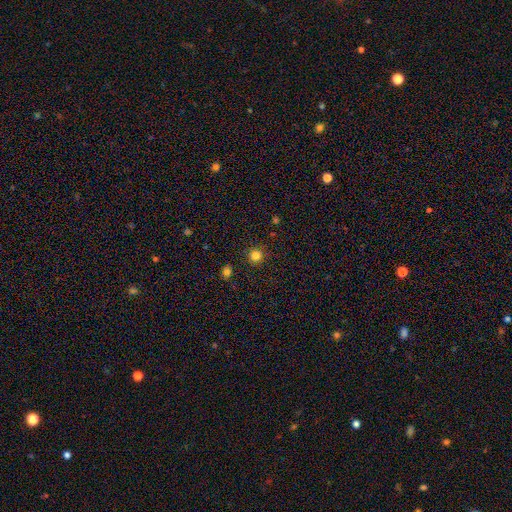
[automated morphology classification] smooth_or_featured: smooth (p=0.82) [alt: star or artifact p=0.14]
how_rounded: round (p=0.95) [alt: in between p=0.04]
merging: none (p=0.90) [alt: minor disturbance p=0.06]